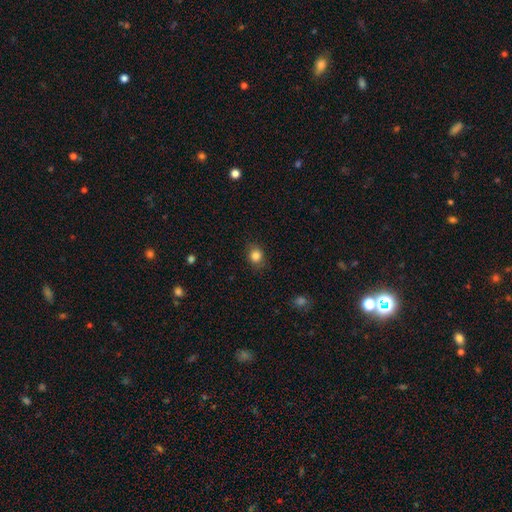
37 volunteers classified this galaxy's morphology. smooth-or-featured: smooth: 92% | featured or disk: 5% | star or artifact: 3%
  how-rounded: round: 71% | in between: 29% | cigar-shaped: 0%
  merging: none: 72% | minor disturbance: 22% | major disturbance: 6% | merger: 0%